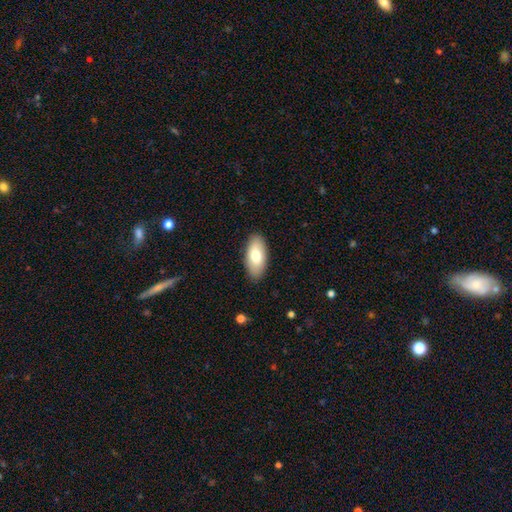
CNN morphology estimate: Smooth or featured?
  - smooth: 76% *
  - featured or disk: 18%
  - star or artifact: 6%
How rounded?
  - in between: 92% *
  - cigar-shaped: 6%
  - round: 2%
Merging?
  - none: 89% *
  - minor disturbance: 8%
  - major disturbance: 2%
  - merger: 1%